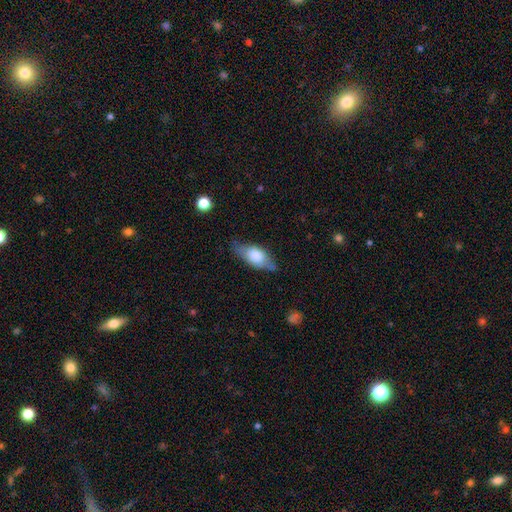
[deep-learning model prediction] Morphology: type=smooth (67%); roundness=in between (83%); merging=none (67%).